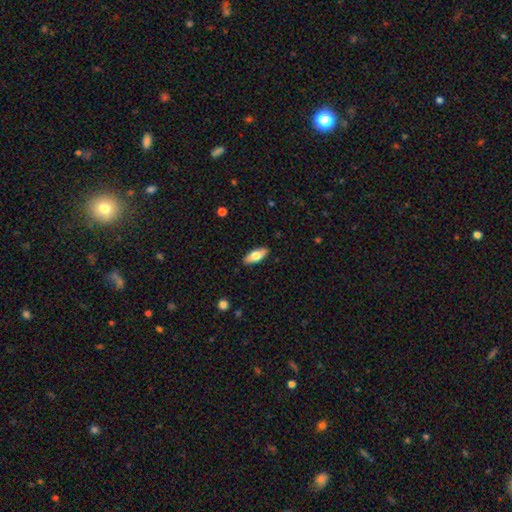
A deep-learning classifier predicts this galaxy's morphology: Smooth or featured: smooth — 69% (featured or disk — 25%)
How rounded: in between — 77% (cigar-shaped — 20%)
Merging: none — 89% (minor disturbance — 9%)